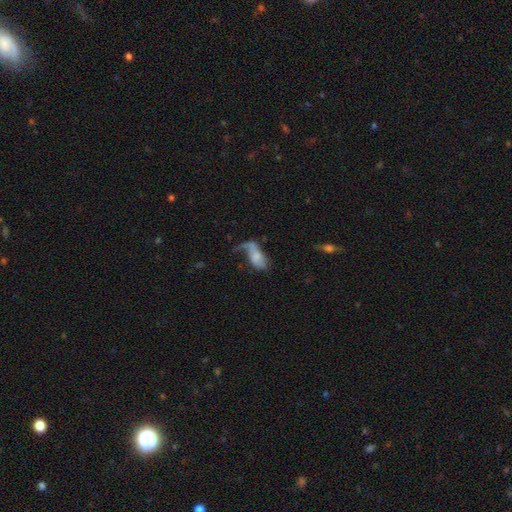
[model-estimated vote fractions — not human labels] Smooth or featured? Predicted: smooth (p=0.51). How rounded? Predicted: in between (p=0.88). Merging? Predicted: major disturbance (p=0.48).